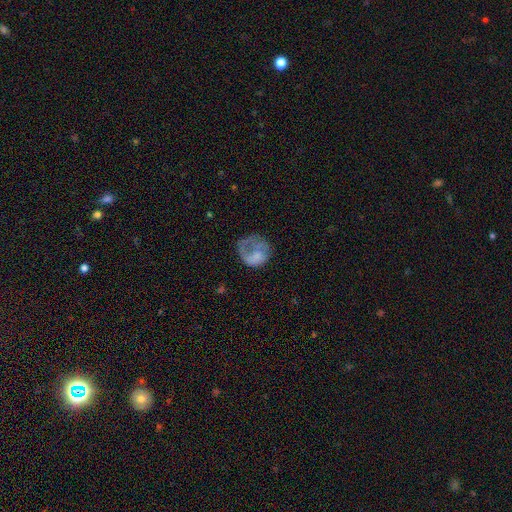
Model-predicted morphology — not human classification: The model was most divided on "smooth or featured": smooth: 53%, featured or disk: 38%, star or artifact: 9%. Remaining: how rounded — round (70%); merging — major disturbance (47%).